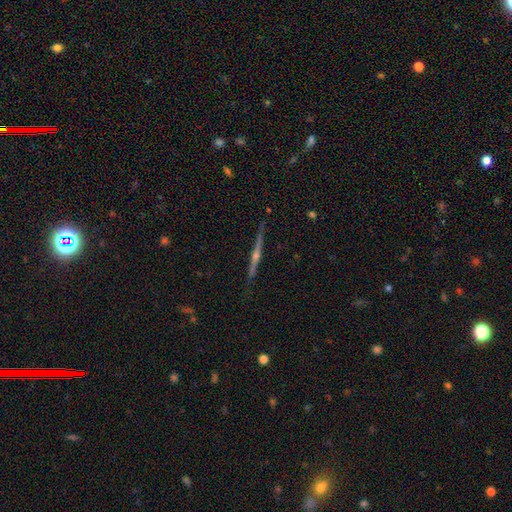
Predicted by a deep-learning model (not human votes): A featured or disk galaxy (75%) viewed edge-on (97%) with a rounded central bulge (81%). Merging: none (88%).